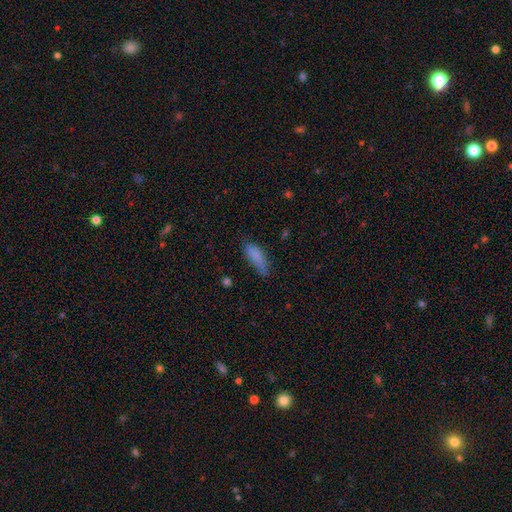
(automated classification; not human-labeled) Smooth or featured?
  - smooth: 83% *
  - star or artifact: 9%
  - featured or disk: 8%
How rounded?
  - in between: 61% *
  - cigar-shaped: 37%
  - round: 2%
Merging?
  - none: 55% *
  - minor disturbance: 32%
  - major disturbance: 10%
  - merger: 3%